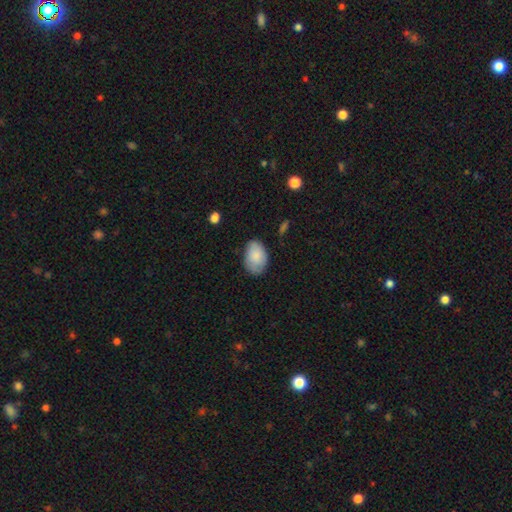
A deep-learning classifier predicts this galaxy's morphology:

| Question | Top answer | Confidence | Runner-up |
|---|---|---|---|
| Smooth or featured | smooth | 84% | featured or disk (9%) |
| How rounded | in between | 88% | round (11%) |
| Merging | none | 74% | minor disturbance (20%) |